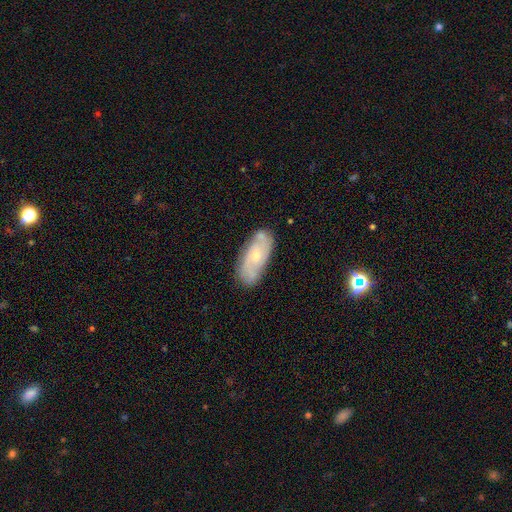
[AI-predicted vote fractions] Smooth or featured: featured or disk — 60% (smooth — 33%)
Edge-on disk: no — 90% (yes — 10%)
Bar: no — 68% (weak — 28%)
Spiral arms: yes — 82% (no — 18%)
Bulge size: small — 64% (moderate — 31%)
Merging: none — 73% (minor disturbance — 19%)